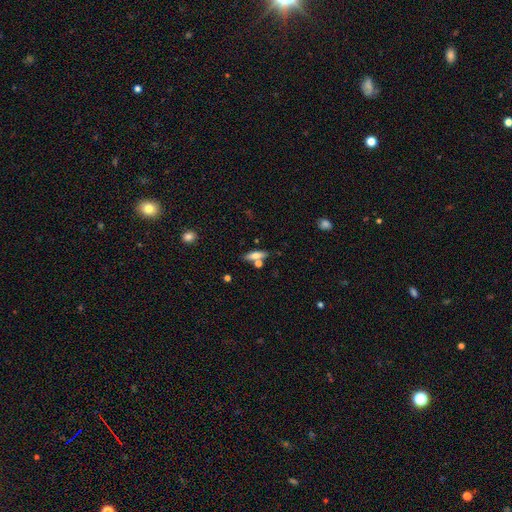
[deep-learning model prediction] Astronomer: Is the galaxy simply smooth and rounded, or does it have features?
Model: smooth — 68%.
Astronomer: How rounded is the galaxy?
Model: cigar-shaped — 52% (runner-up: in between, 45%).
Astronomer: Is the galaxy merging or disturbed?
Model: none — 67%.